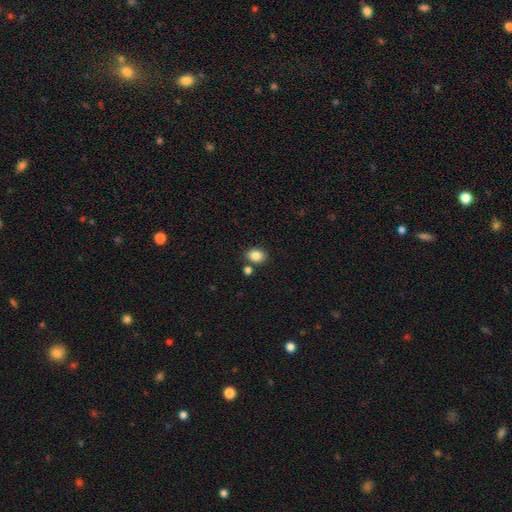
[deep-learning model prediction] A smooth galaxy with no disk features (85%) that is in between round and cigar-shaped (53%). Merging: none (75%).